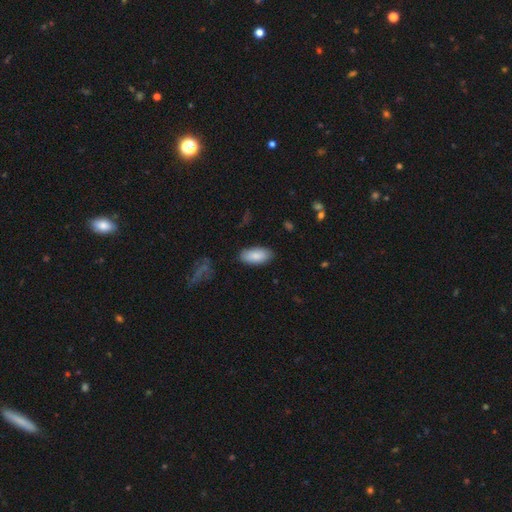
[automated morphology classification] smooth 87%, featured or disk 7%, star or artifact 6%. Down the decision tree: how rounded — in between (92%); merging — none (85%).